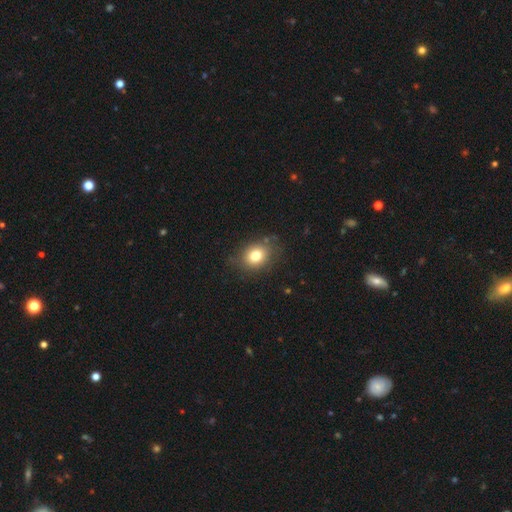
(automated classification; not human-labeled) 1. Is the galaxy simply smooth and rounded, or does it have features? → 78% smooth, 11% featured or disk, 11% star or artifact.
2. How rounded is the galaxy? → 54% in between, 45% round, 1% cigar-shaped.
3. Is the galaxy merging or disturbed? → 77% none, 17% minor disturbance, 5% major disturbance, 2% merger.